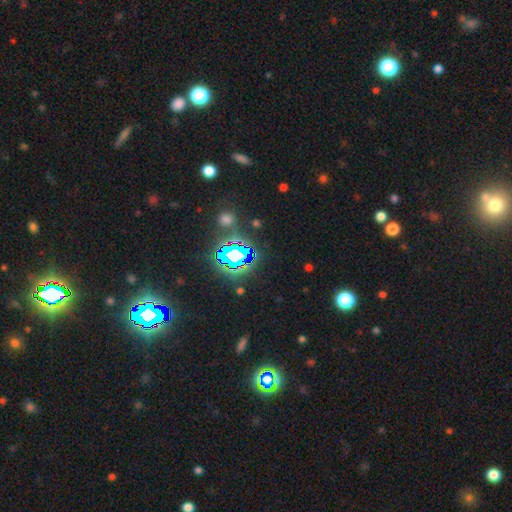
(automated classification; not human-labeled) The model was most divided on "smooth or featured": star or artifact: 79%, smooth: 13%, featured or disk: 8%.